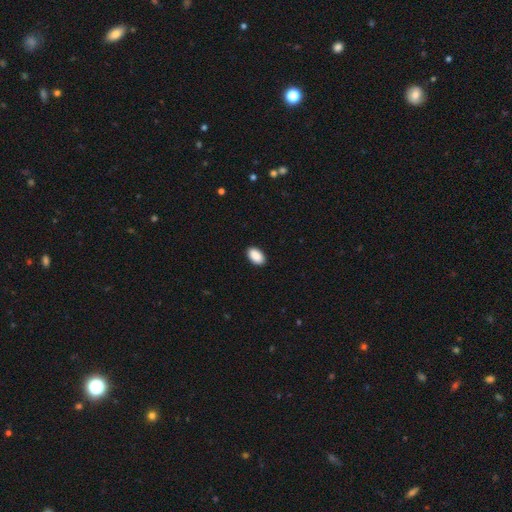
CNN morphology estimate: Smooth or featured? smooth (91%)
How rounded? in between (94%)
Merging? none (90%)